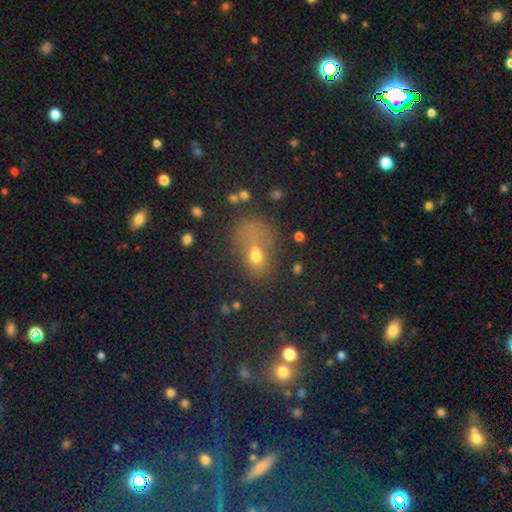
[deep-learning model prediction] smooth_or_featured: smooth (p=0.59) [alt: star or artifact p=0.23]
how_rounded: in between (p=0.64) [alt: round p=0.34]
merging: none (p=0.32) [alt: merger p=0.30]